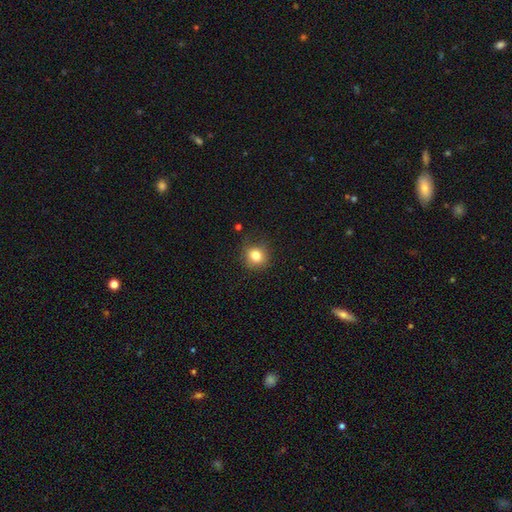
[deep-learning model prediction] smooth 81%, star or artifact 12%, featured or disk 8%. Down the decision tree: how rounded — round (83%); merging — none (82%).